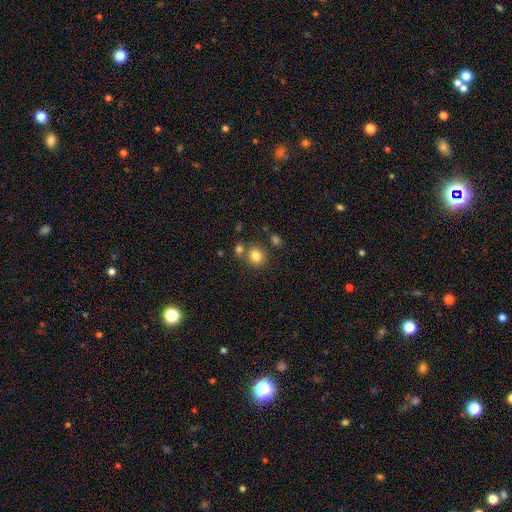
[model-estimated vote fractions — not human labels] A smooth galaxy with no disk features (82%) that is round (79%).

Vote fractions:
- Smooth or featured? smooth: 82% / star or artifact: 11% / featured or disk: 7%
- How rounded? round: 79% / in between: 20% / cigar-shaped: 1%
- Merging? none: 71% / merger: 16% / minor disturbance: 10% / major disturbance: 3%